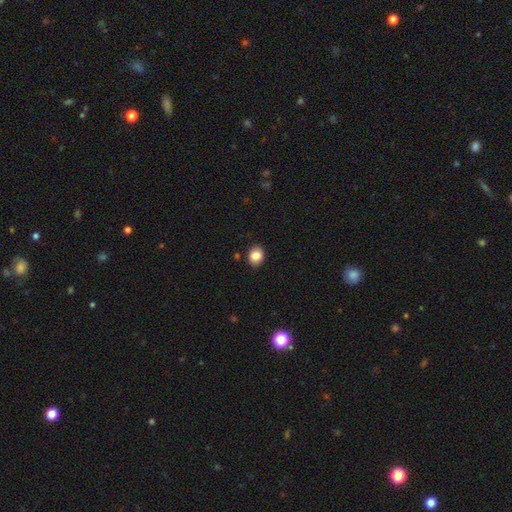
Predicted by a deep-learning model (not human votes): The model was most divided on "how rounded": round: 54%, in between: 45%, cigar-shaped: 1%. More confident: merging — none (89%); smooth or featured — smooth (85%).